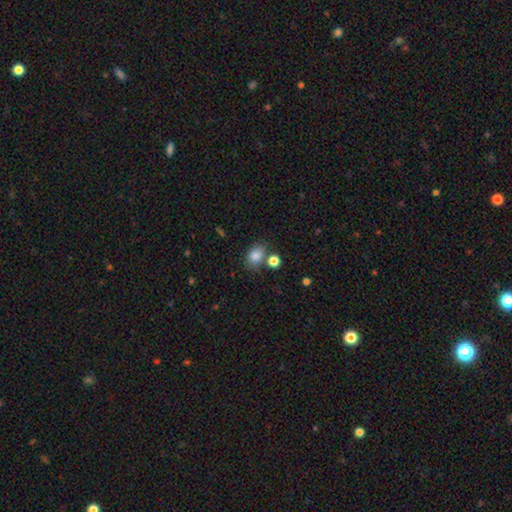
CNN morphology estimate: Smooth or featured? smooth (83%)
How rounded? in between (63%)
Merging? none (65%)